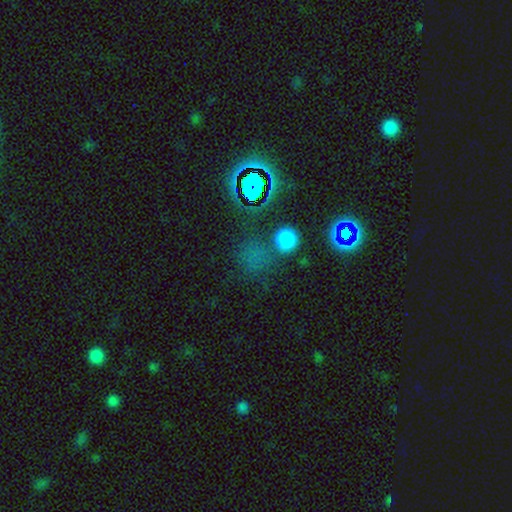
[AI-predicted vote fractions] Smooth or featured? Predicted: smooth (p=0.53). How rounded? Predicted: round (p=0.82). Merging? Predicted: none (p=0.70).